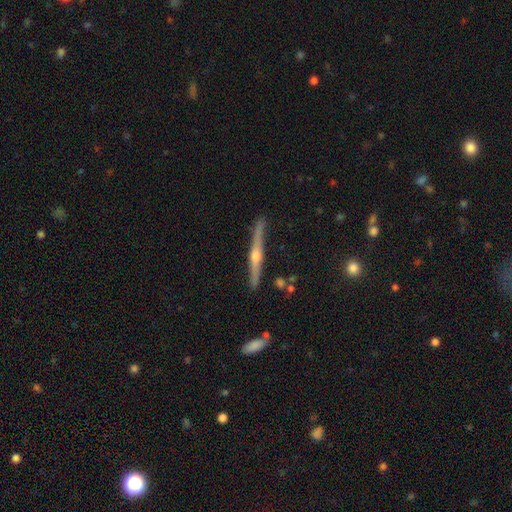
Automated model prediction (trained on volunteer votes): featured or disk 81%, smooth 13%, star or artifact 6%. Down the decision tree: edge-on disk — yes (98%); edge-on bulge — rounded (92%); merging — none (88%).